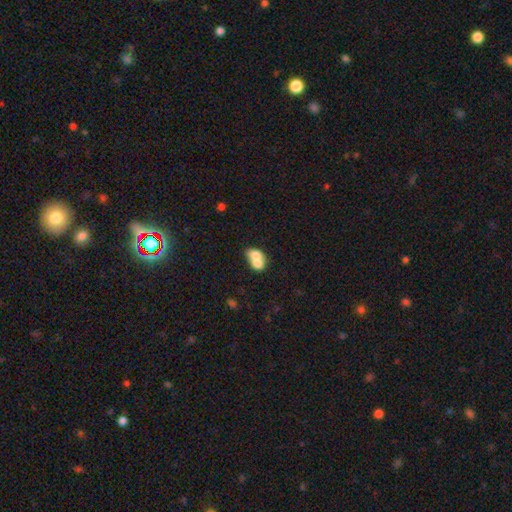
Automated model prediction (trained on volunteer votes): smooth-or-featured: smooth: 67% | featured or disk: 24% | star or artifact: 9%
  how-rounded: in between: 66% | round: 33% | cigar-shaped: 1%
  merging: merger: 71% | none: 18% | minor disturbance: 6% | major disturbance: 4%